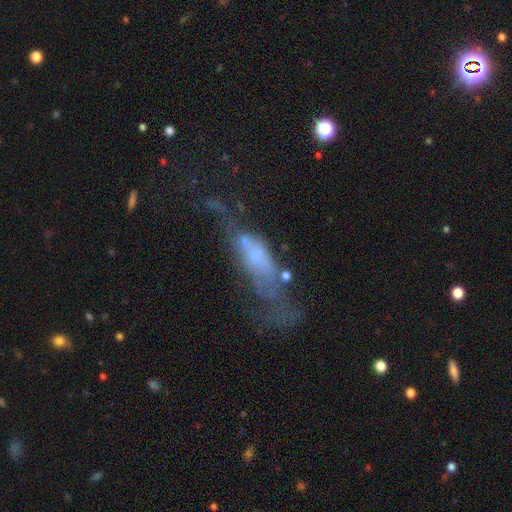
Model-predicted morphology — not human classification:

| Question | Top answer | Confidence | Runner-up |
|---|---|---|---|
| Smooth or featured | featured or disk | 50% | smooth (37%) |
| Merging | major disturbance | 42% | none (22%) |